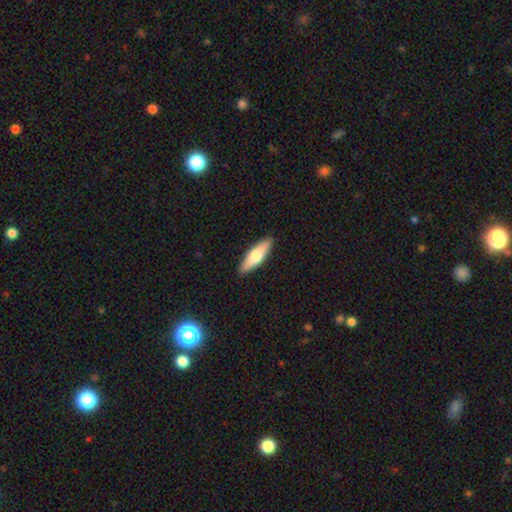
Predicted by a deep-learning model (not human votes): Smooth or featured: smooth — 66% (featured or disk — 29%)
How rounded: cigar-shaped — 57% (in between — 41%)
Merging: none — 90% (minor disturbance — 8%)